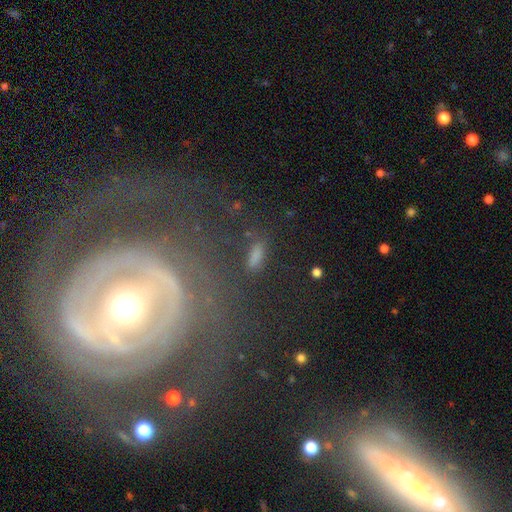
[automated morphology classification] Smooth or featured? Predicted: smooth (p=0.72). How rounded? Predicted: in between (p=0.61). Merging? Predicted: none (p=0.74).